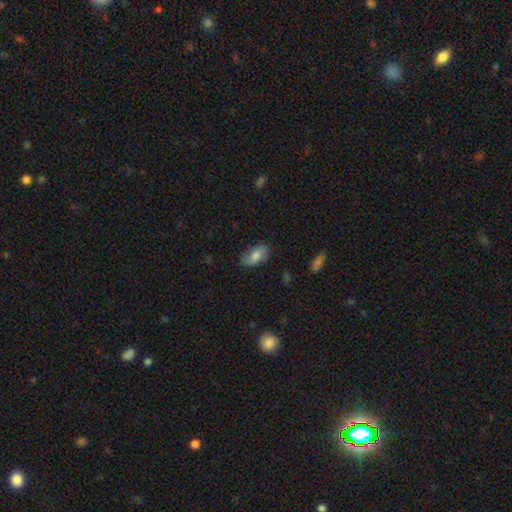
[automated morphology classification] Smooth or featured: smooth — 79% (featured or disk — 15%)
How rounded: in between — 92% (cigar-shaped — 4%)
Merging: none — 77% (minor disturbance — 18%)